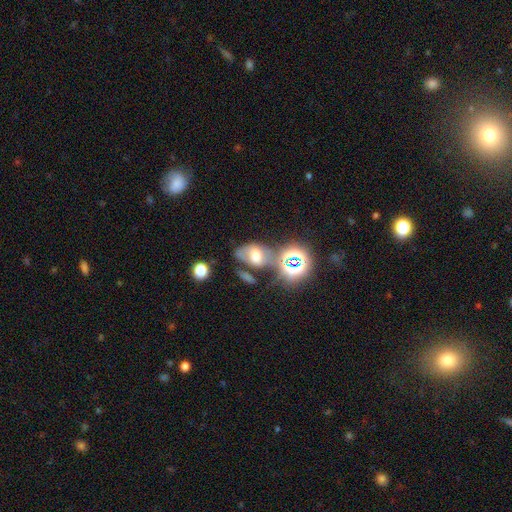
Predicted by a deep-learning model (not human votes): This appears to be a smooth galaxy with no disk features (43%). Merging: none (41%).